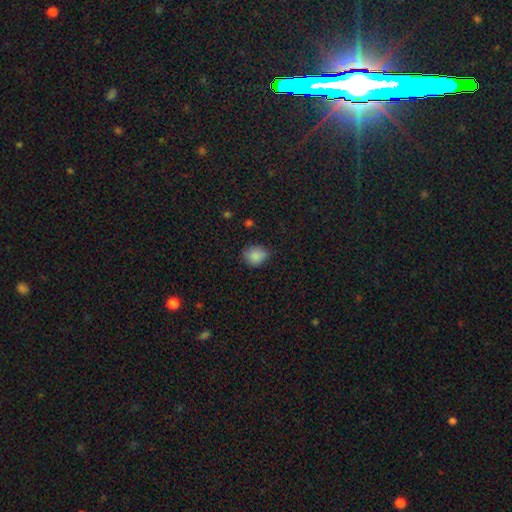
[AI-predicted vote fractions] A smooth galaxy with no disk features (85%) that is round (59%).

Vote fractions:
- Smooth or featured? smooth: 85% / star or artifact: 9% / featured or disk: 6%
- How rounded? round: 59% / in between: 40% / cigar-shaped: 1%
- Merging? none: 65% / minor disturbance: 28% / major disturbance: 5% / merger: 2%